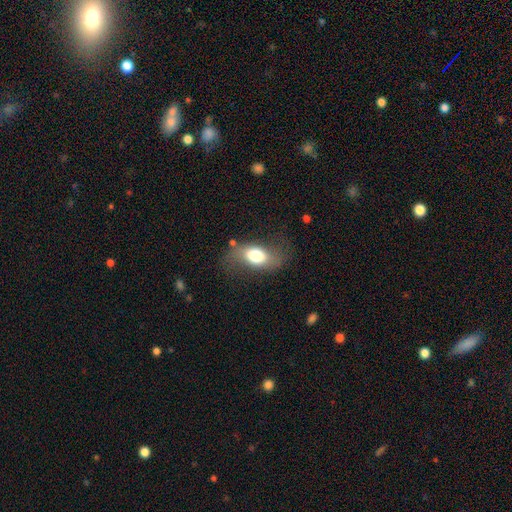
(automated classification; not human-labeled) This appears to be a smooth galaxy with no disk features (58%) that is in between round and cigar-shaped (84%). Merging: none (61%).